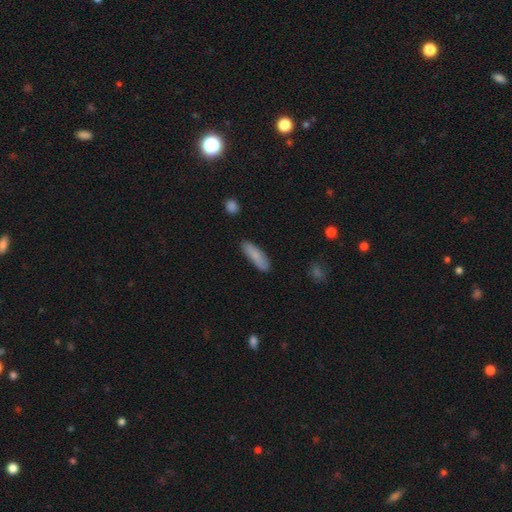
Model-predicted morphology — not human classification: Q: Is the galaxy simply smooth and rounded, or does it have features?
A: smooth — 82%.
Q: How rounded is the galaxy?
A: cigar-shaped — 58%.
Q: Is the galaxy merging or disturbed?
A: none — 86%.